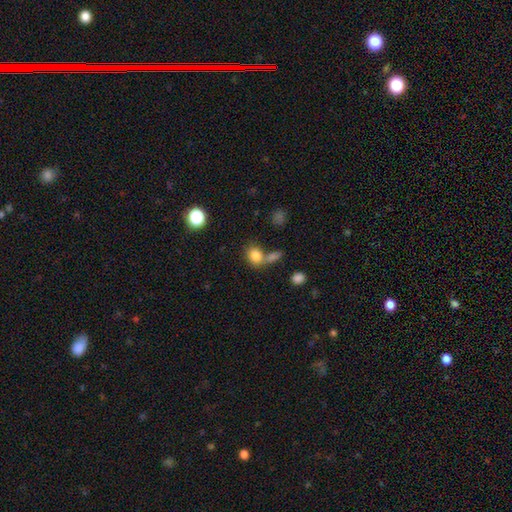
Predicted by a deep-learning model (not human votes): Smooth or featured: smooth — 82% (star or artifact — 10%)
How rounded: round — 50% (in between — 49%)
Merging: none — 47% (merger — 35%)